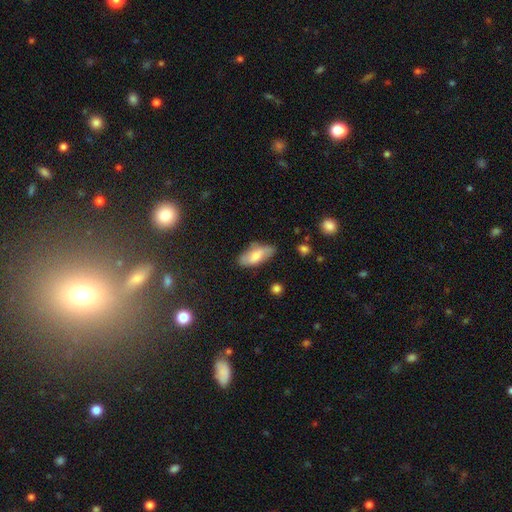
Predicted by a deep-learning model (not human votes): This is likely a smooth galaxy (67%). How rounded: clearly in between (84%). Merging: likely none (69%).